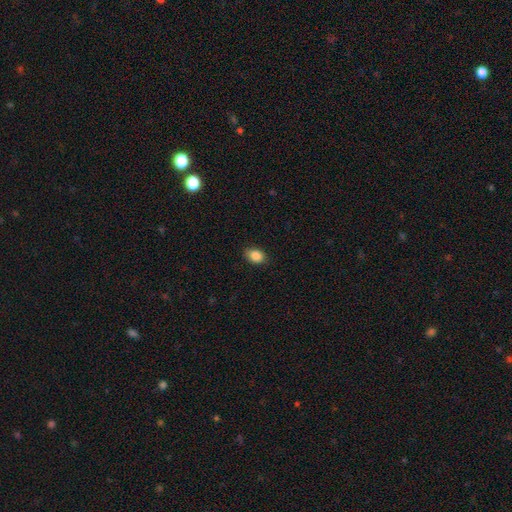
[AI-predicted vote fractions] Overall: smooth (88%). How rounded: in between (76%). Merging: none (85%).